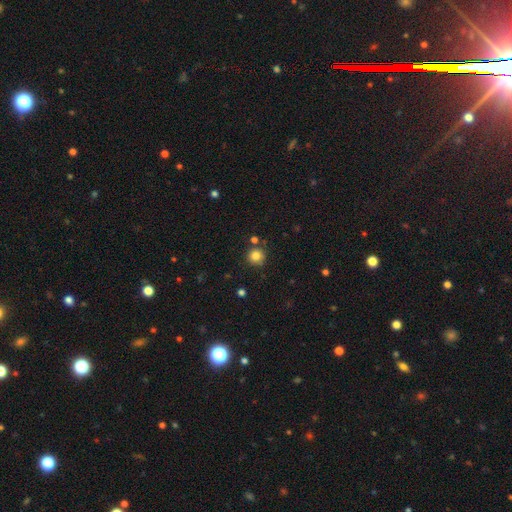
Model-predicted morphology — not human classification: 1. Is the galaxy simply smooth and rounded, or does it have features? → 83% smooth, 12% star or artifact, 5% featured or disk.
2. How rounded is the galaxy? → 94% round, 6% in between, 1% cigar-shaped.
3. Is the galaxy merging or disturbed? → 83% none, 9% minor disturbance, 6% merger, 3% major disturbance.